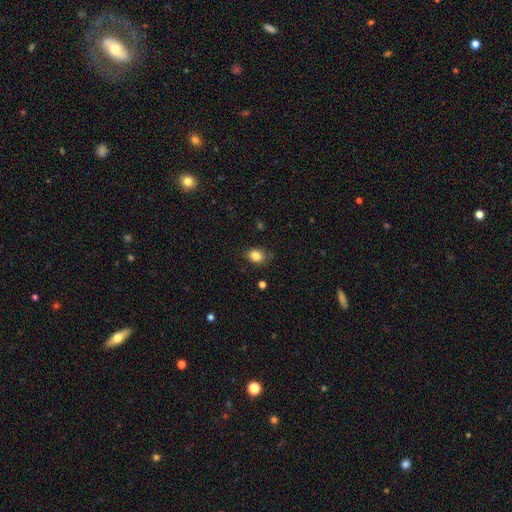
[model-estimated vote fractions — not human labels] The model was most divided on "how rounded": in between: 58%, round: 41%, cigar-shaped: 1%. More confident: smooth or featured — smooth (84%); merging — none (77%).